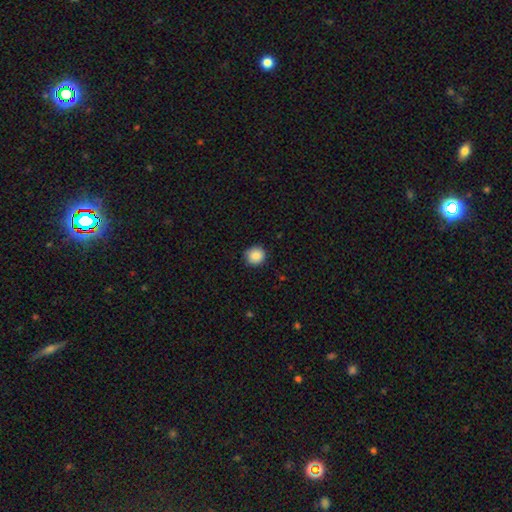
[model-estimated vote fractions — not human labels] Overall: smooth (87%). How rounded: round (92%). Merging: none (89%).